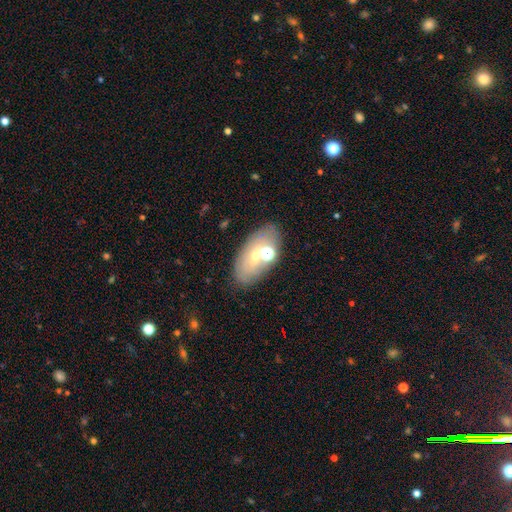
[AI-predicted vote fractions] A smooth galaxy with no disk features (52%) that is in between round and cigar-shaped (89%).

Vote fractions:
- Smooth or featured? smooth: 52% / featured or disk: 35% / star or artifact: 13%
- How rounded? in between: 89% / round: 7% / cigar-shaped: 4%
- Merging? none: 73% / minor disturbance: 13% / merger: 9% / major disturbance: 5%